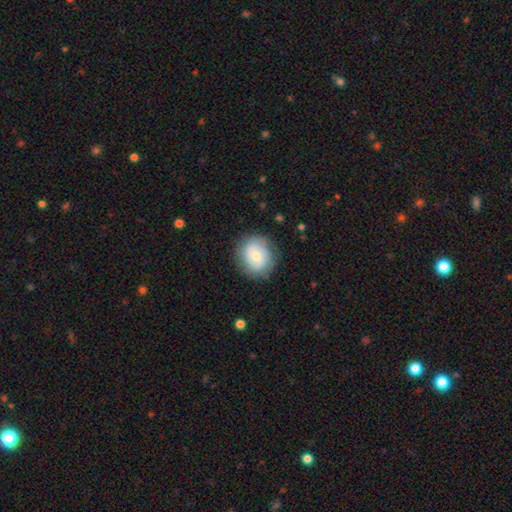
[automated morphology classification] smooth 55%, featured or disk 38%, star or artifact 7%. Down the decision tree: how rounded — round (75%); merging — none (81%).